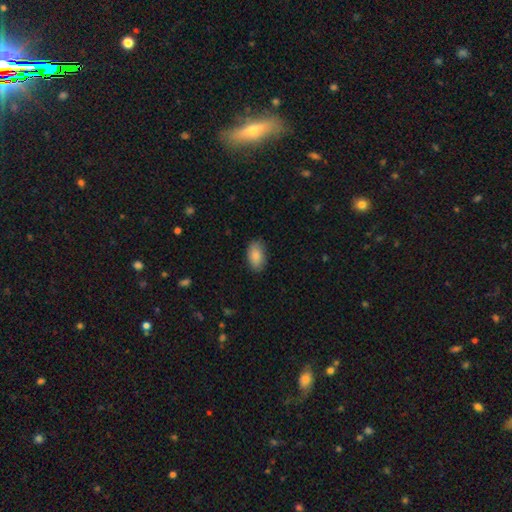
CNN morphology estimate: Q: Smooth or featured?
A: smooth (88%); runner-up: star or artifact (7%)
Q: How rounded?
A: in between (93%); runner-up: round (5%)
Q: Merging?
A: none (85%); runner-up: minor disturbance (12%)